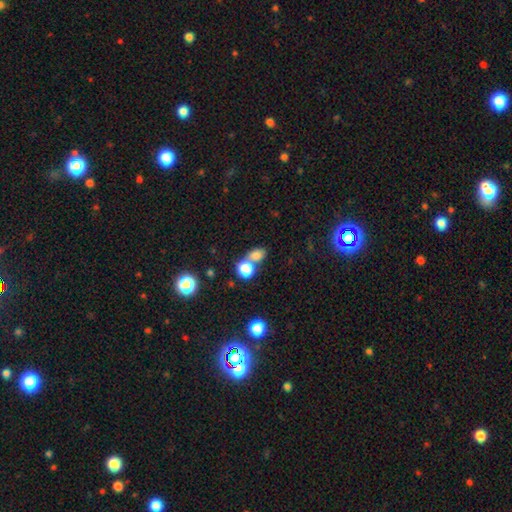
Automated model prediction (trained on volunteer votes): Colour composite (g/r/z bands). It shows a smooth galaxy with no disk features (79%) that is round (50%). Merging: merger (49%).